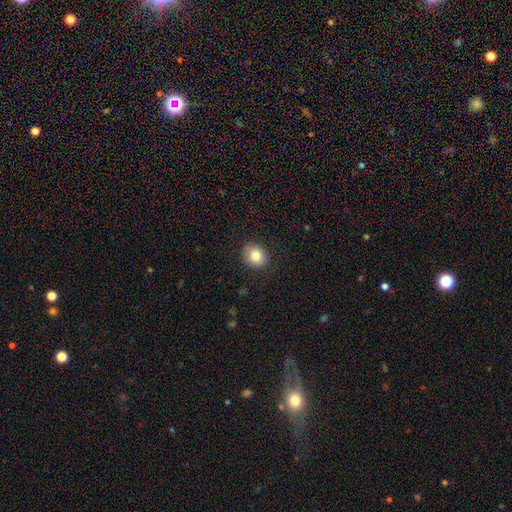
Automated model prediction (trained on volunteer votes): A smooth galaxy with no disk features (82%) that is round (71%). Merging: none (88%).